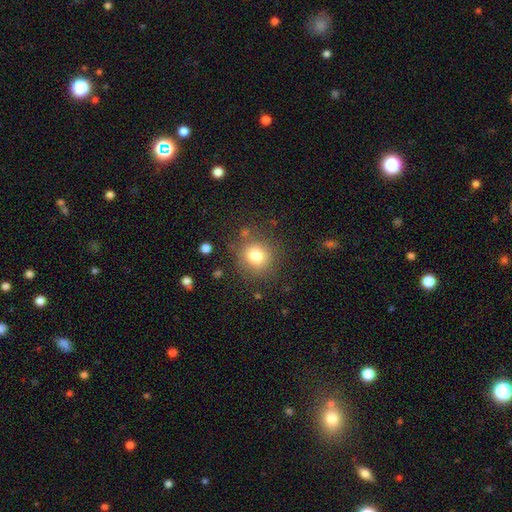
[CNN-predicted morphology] smooth_or_featured: smooth (p=0.78) [alt: star or artifact p=0.12]
how_rounded: round (p=0.88) [alt: in between p=0.11]
merging: none (p=0.80) [alt: minor disturbance p=0.12]